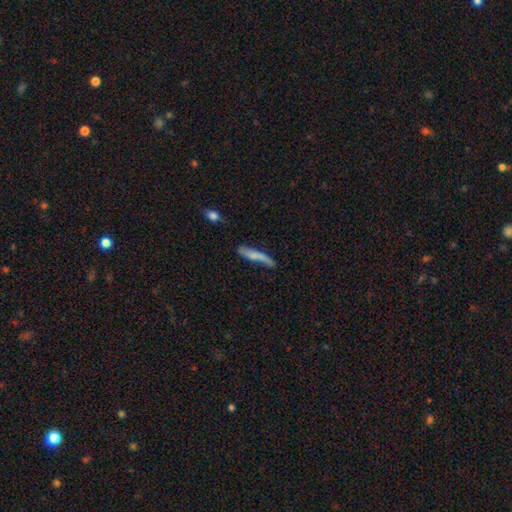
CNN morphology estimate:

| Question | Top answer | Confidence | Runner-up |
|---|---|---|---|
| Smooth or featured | smooth | 54% | featured or disk (39%) |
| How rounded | cigar-shaped | 84% | in between (14%) |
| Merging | none | 54% | minor disturbance (29%) |